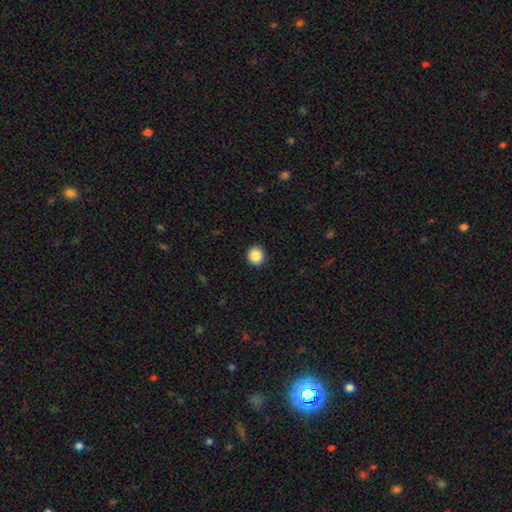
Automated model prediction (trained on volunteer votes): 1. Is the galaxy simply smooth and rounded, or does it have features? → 87% smooth, 9% star or artifact, 4% featured or disk.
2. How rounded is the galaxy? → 91% round, 8% in between, 1% cigar-shaped.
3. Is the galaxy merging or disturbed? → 93% none, 5% minor disturbance, 2% major disturbance, 1% merger.